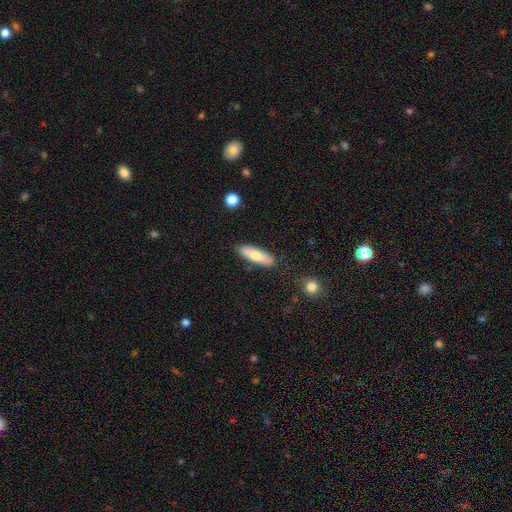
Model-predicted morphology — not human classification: The model was most divided on "how rounded": in between: 52%, cigar-shaped: 45%, round: 2%. More confident: merging — none (85%); smooth or featured — smooth (68%).